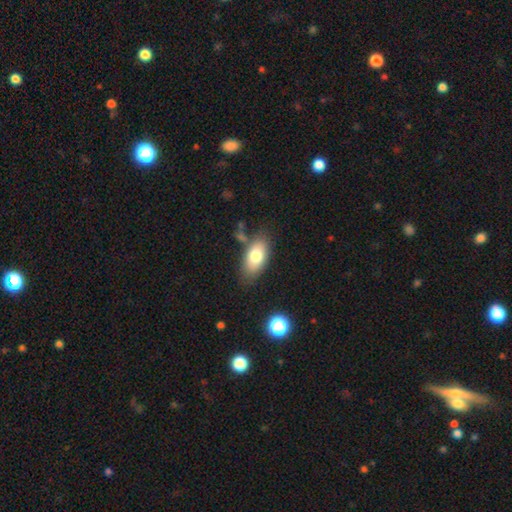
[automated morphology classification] smooth-or-featured: smooth: 77% | featured or disk: 16% | star or artifact: 8%
  how-rounded: in between: 90% | cigar-shaped: 5% | round: 5%
  merging: none: 74% | minor disturbance: 16% | merger: 6% | major disturbance: 4%